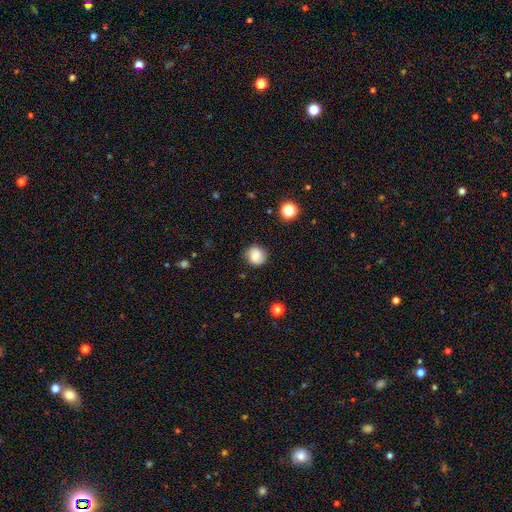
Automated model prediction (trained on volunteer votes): Smooth or featured?
  - smooth: 77% *
  - featured or disk: 13%
  - star or artifact: 10%
How rounded?
  - round: 85% *
  - in between: 14%
  - cigar-shaped: 1%
Merging?
  - none: 83% *
  - minor disturbance: 12%
  - major disturbance: 3%
  - merger: 1%